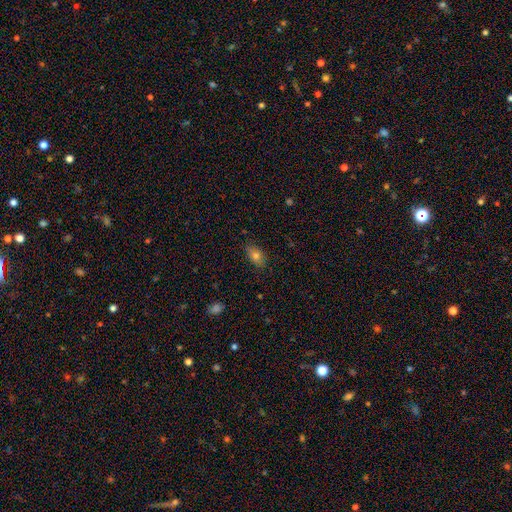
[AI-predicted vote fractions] smooth-or-featured: smooth: 78% | featured or disk: 12% | star or artifact: 10%
  how-rounded: in between: 87% | round: 10% | cigar-shaped: 3%
  merging: none: 84% | minor disturbance: 13% | major disturbance: 2% | merger: 1%